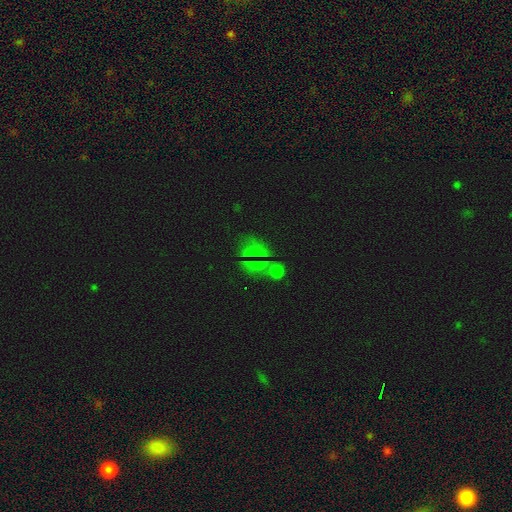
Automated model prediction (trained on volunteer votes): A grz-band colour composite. It shows a smooth galaxy with no disk features (44%, tied with star or artifact). Merging: none (65%).